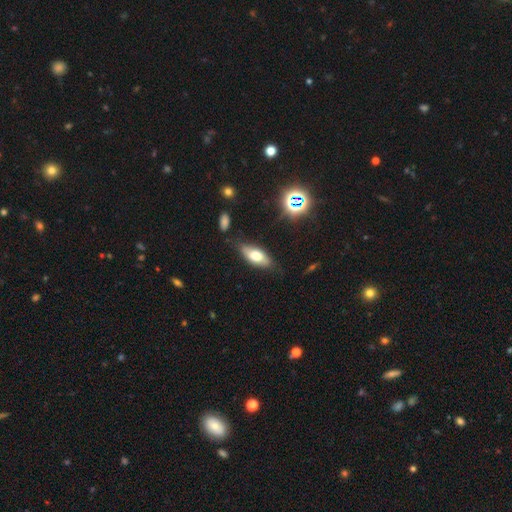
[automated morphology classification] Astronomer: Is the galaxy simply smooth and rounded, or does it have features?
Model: smooth — 66%.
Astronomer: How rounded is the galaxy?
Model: in between — 79%.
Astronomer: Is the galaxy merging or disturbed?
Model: none — 73%.